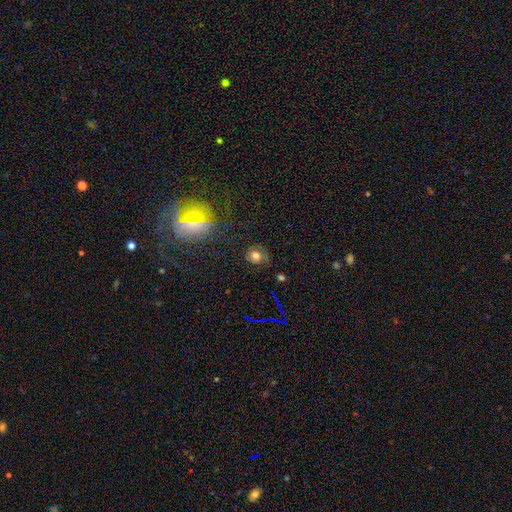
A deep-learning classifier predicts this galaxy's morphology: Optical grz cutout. It shows a smooth galaxy with no disk features (63%) that is round (80%). Merging: none (69%).